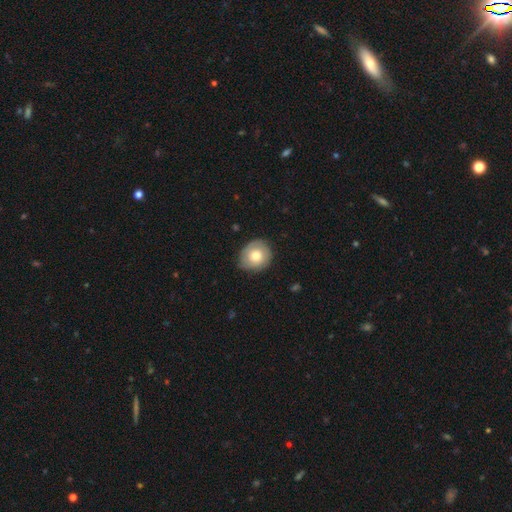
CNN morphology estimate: Smooth or featured: smooth — 65% (featured or disk — 28%)
How rounded: round — 79% (in between — 20%)
Merging: none — 78% (minor disturbance — 18%)